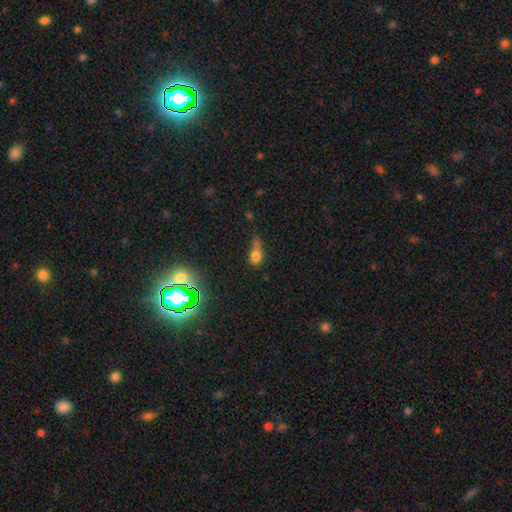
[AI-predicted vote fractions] Q: Smooth or featured?
A: smooth (72%); runner-up: star or artifact (16%)
Q: How rounded?
A: in between (65%); runner-up: round (28%)
Q: Merging?
A: minor disturbance (33%); runner-up: none (28%)